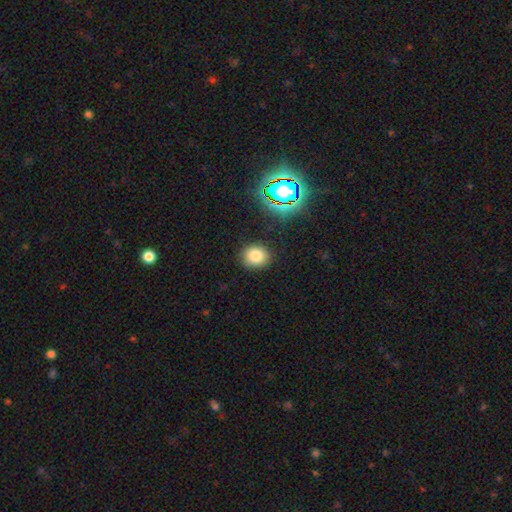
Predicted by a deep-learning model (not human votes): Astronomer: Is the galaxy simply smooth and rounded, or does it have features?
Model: smooth — 80%.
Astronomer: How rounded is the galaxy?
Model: round — 72%.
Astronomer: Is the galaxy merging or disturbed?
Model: none — 88%.